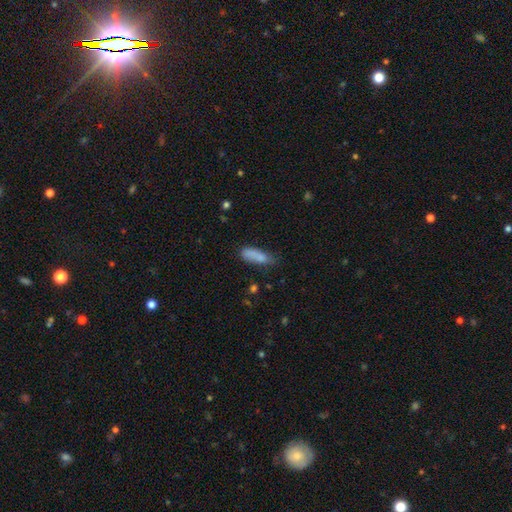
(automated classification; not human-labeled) A smooth galaxy with no disk features (81%) that is in between round and cigar-shaped (56%).

Vote fractions:
- Smooth or featured? smooth: 81% / featured or disk: 11% / star or artifact: 8%
- How rounded? in between: 56% / cigar-shaped: 42% / round: 2%
- Merging? none: 51% / minor disturbance: 32% / major disturbance: 11% / merger: 6%